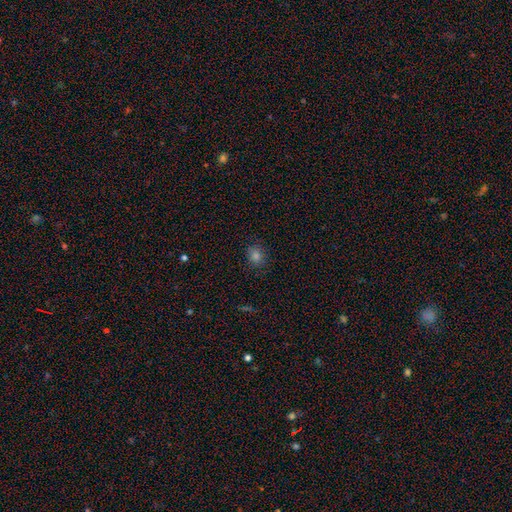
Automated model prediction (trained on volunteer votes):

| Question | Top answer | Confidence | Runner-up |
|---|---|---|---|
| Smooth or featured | smooth | 77% | star or artifact (18%) |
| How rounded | round | 74% | in between (25%) |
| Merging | none | 88% | minor disturbance (9%) |